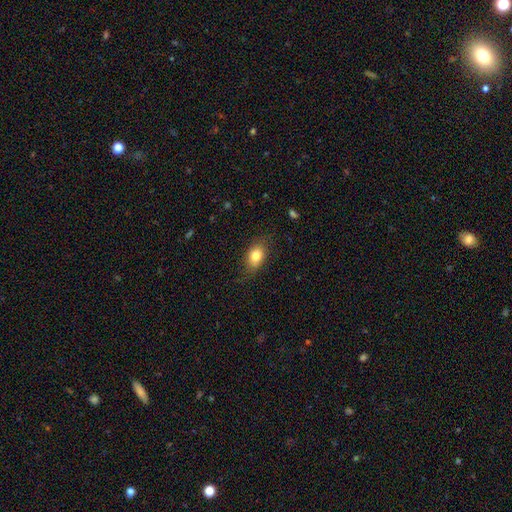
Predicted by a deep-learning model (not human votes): Smooth or featured? Predicted: smooth (p=0.79). How rounded? Predicted: in between (p=0.81). Merging? Predicted: none (p=0.77).